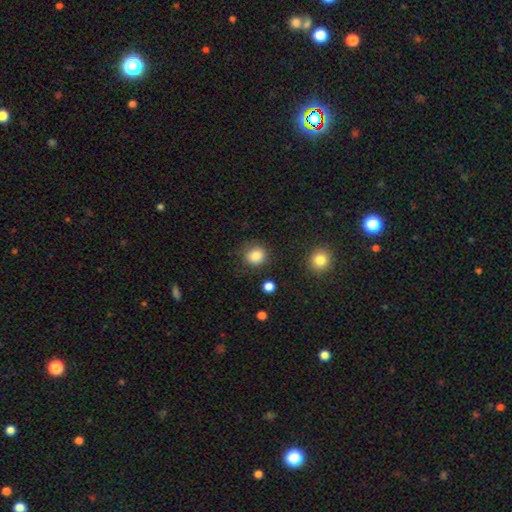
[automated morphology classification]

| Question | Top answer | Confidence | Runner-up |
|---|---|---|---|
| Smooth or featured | smooth | 85% | star or artifact (10%) |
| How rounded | round | 83% | in between (16%) |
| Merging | none | 80% | minor disturbance (13%) |